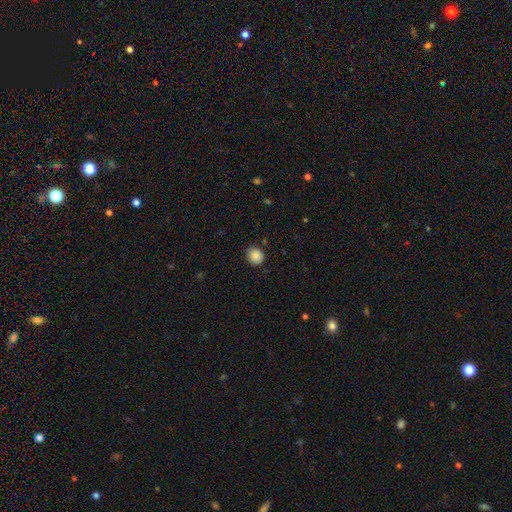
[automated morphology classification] Smooth or featured: smooth — 87% (star or artifact — 9%)
How rounded: round — 84% (in between — 15%)
Merging: none — 86% (minor disturbance — 10%)